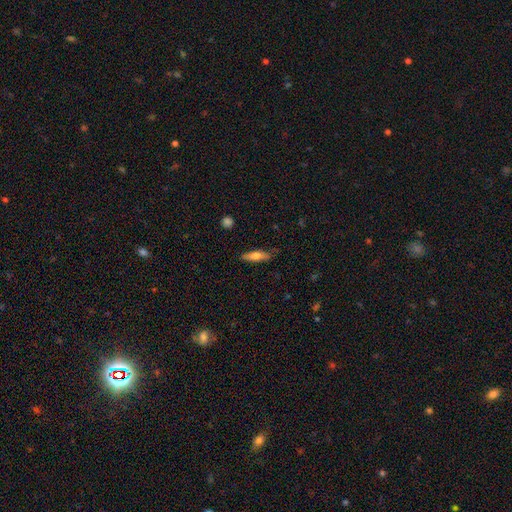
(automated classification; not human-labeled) Q: Smooth or featured?
A: smooth (64%); runner-up: featured or disk (29%)
Q: How rounded?
A: cigar-shaped (66%); runner-up: in between (32%)
Q: Merging?
A: none (81%); runner-up: minor disturbance (14%)